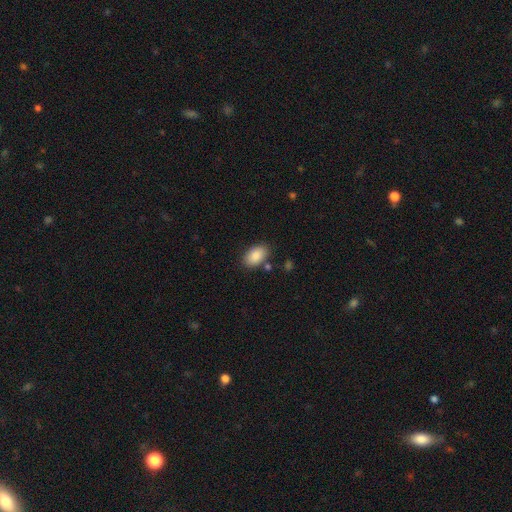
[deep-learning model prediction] This appears to be a smooth galaxy with no disk features (89%) that is in between round and cigar-shaped (92%). Merging: none (81%).